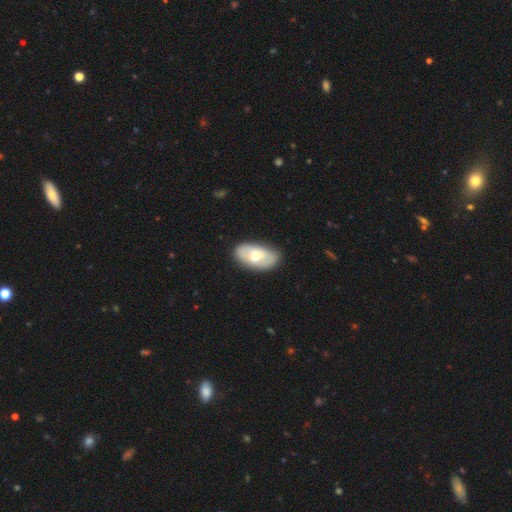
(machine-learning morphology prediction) This is possibly a smooth galaxy (60%). How rounded: clearly in between (93%). Merging: clearly none (83%).